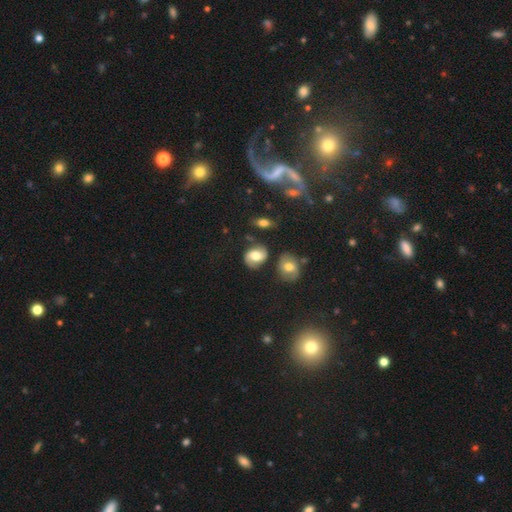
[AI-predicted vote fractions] This appears to be a smooth galaxy with no disk features (49%). Merging: none (67%).